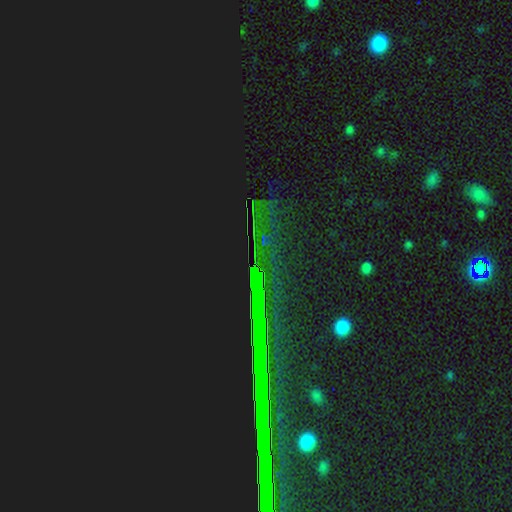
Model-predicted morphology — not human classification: star or artifact 84%, smooth 9%, featured or disk 7%.